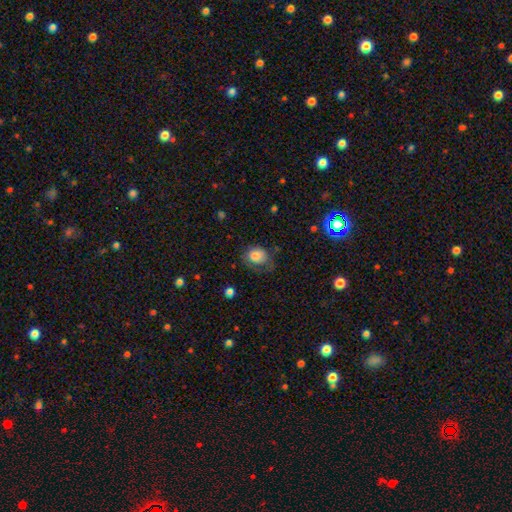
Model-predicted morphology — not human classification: type=smooth (76%); roundness=round (51%); merging=none (45%).